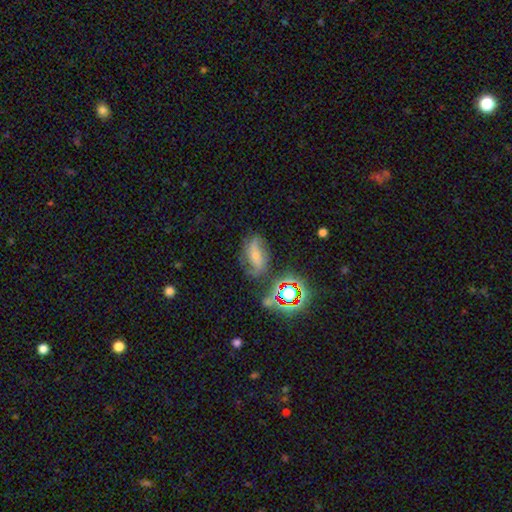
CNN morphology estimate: This is possibly a featured or disk galaxy (55%). It is clearly not viewed edge-on (93%). Bar: marginally no (43%). Spiral arm pattern: clearly yes (86%). Central bulge: marginally small (40%). Merging: possibly none (54%).